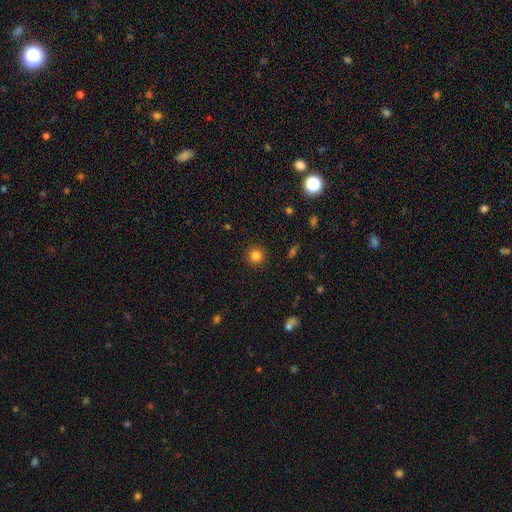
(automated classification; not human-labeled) Smooth or featured? smooth (83%)
How rounded? round (94%)
Merging? none (92%)